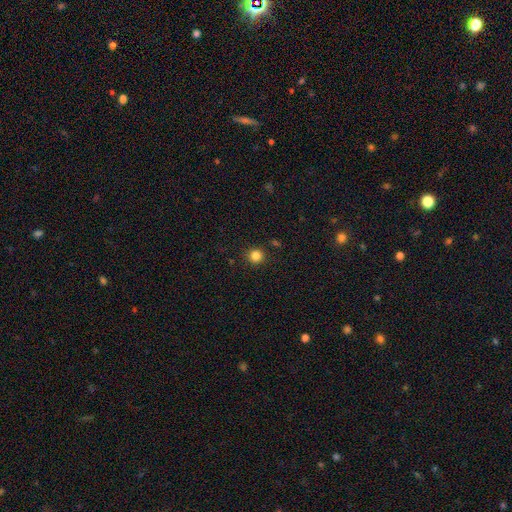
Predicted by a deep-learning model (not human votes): A smooth galaxy with no disk features (83%) that is round (94%). Merging: none (90%).